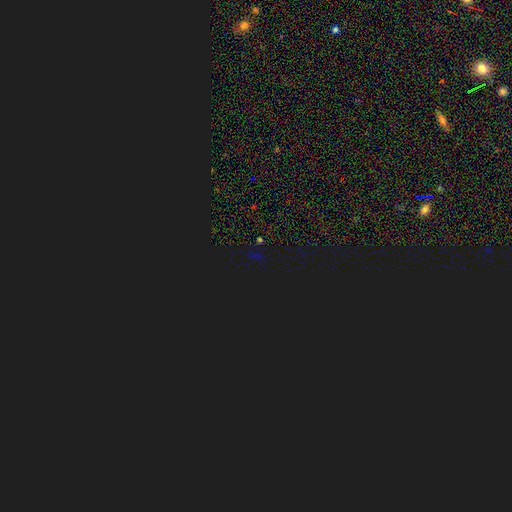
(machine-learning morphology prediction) This appears to be a star or artifact, not a galaxy (81%).